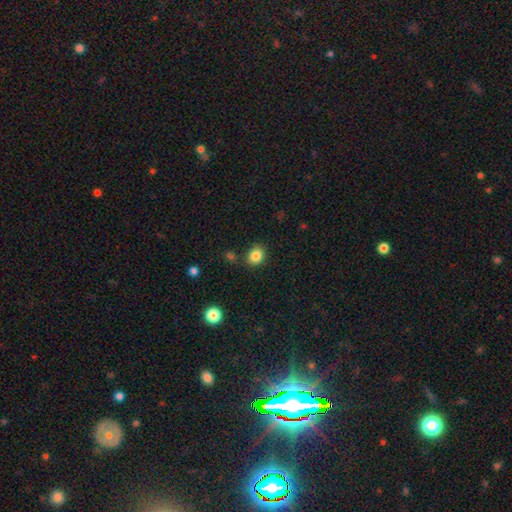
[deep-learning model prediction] Smooth or featured? smooth (85%)
How rounded? round (60%)
Merging? none (80%)